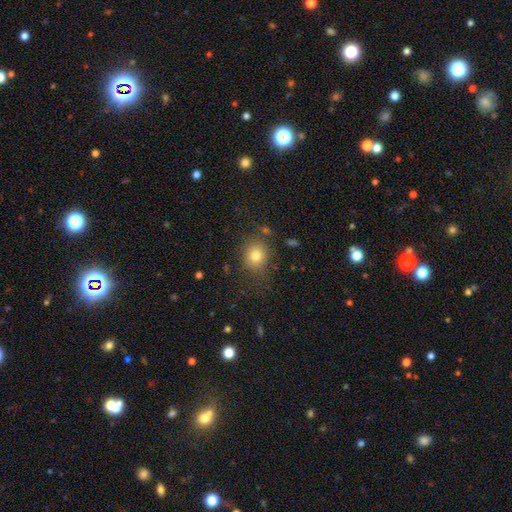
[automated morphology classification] A smooth galaxy with no disk features (77%) that is round (70%). Merging: none (76%).